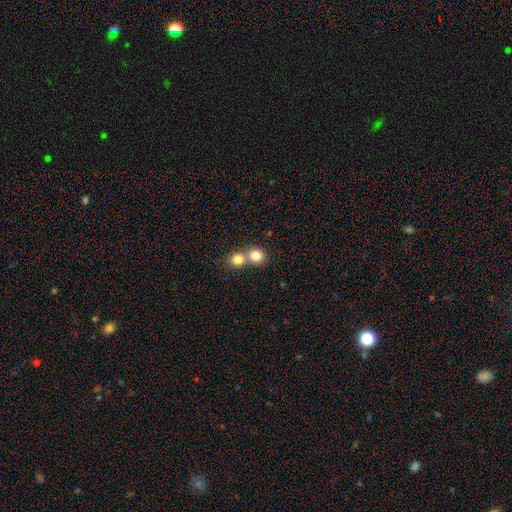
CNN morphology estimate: A smooth galaxy with no disk features (81%) that is round (78%). Merging: merger (58%).